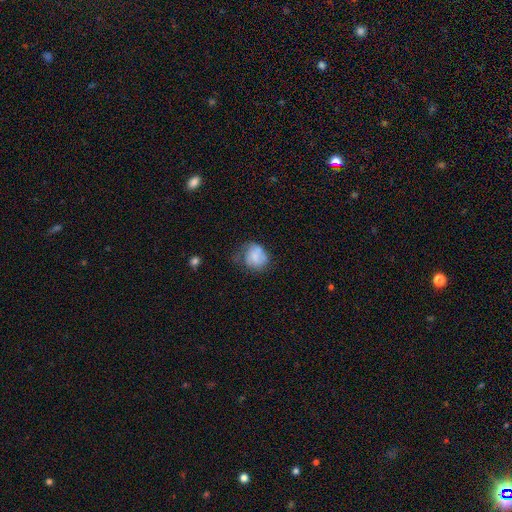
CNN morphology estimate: Overall: smooth (62%; featured or disk 29%). How rounded: round (64%; in between 35%). Merging: none (39%; minor disturbance 33%).